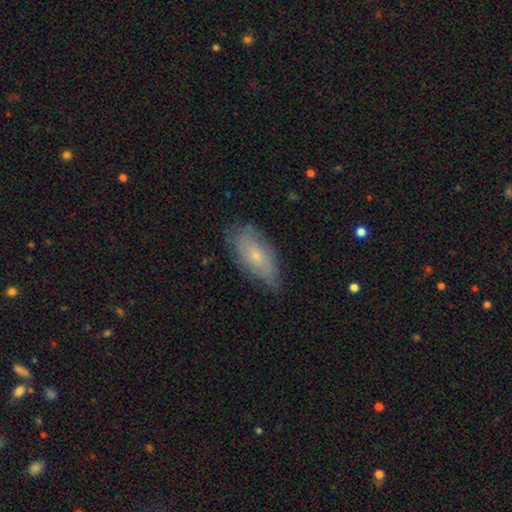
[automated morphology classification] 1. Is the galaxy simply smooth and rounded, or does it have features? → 56% smooth, 37% featured or disk, 7% star or artifact.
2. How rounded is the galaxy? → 85% in between, 12% cigar-shaped, 3% round.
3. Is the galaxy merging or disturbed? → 64% none, 28% minor disturbance, 6% major disturbance, 1% merger.